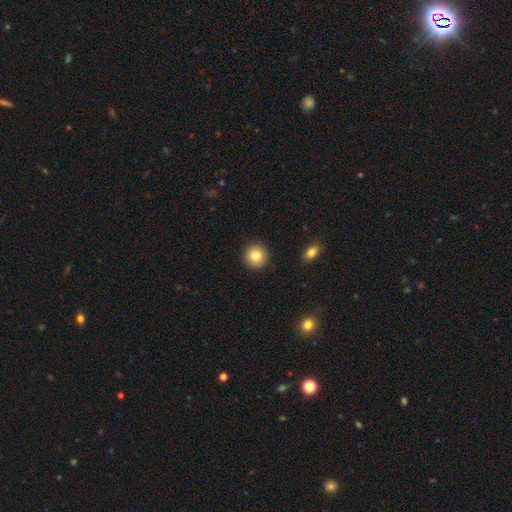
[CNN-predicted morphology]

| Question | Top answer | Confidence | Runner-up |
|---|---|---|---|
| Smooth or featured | smooth | 82% | star or artifact (9%) |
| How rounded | round | 94% | in between (5%) |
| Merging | none | 92% | minor disturbance (5%) |